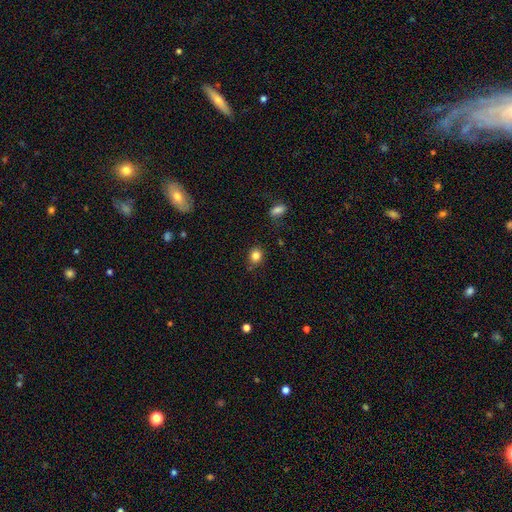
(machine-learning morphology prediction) type=smooth (84%); roundness=round (72%); merging=none (82%).